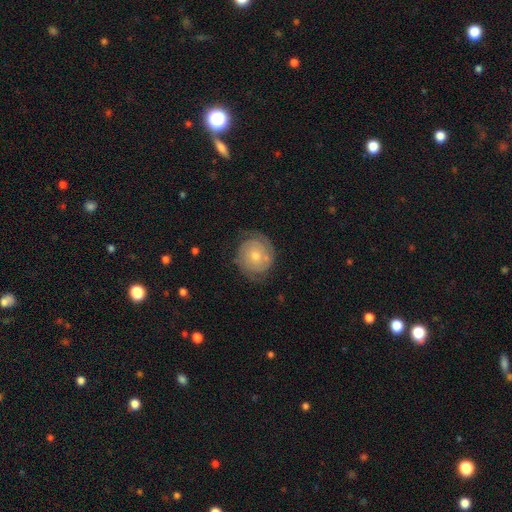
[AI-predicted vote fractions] This appears to be a featured or disk galaxy (75%) with no bar (78%), 2 (73%) tight (70%) spiral arms (92%) and a moderate central bulge (54%). Merging: none (75%).